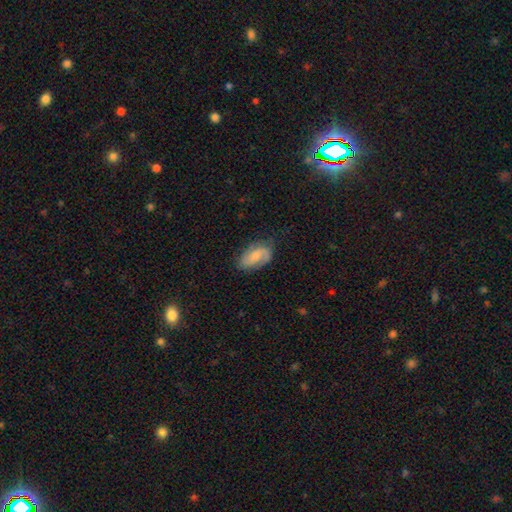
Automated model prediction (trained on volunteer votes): smooth_or_featured: smooth (p=0.47) [alt: featured or disk p=0.46]
merging: none (p=0.64) [alt: minor disturbance p=0.25]